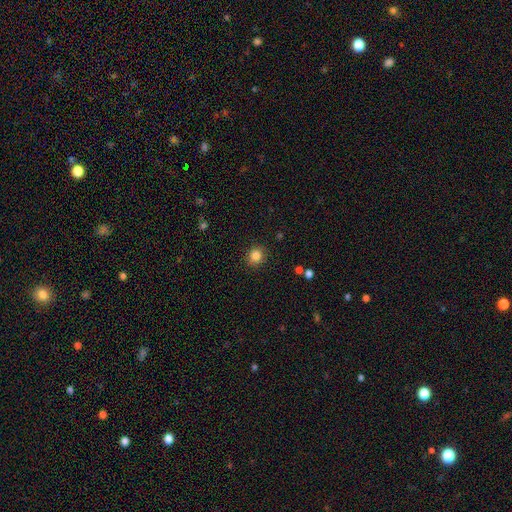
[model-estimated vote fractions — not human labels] A smooth galaxy with no disk features (84%) that is round (84%). Merging: none (89%).